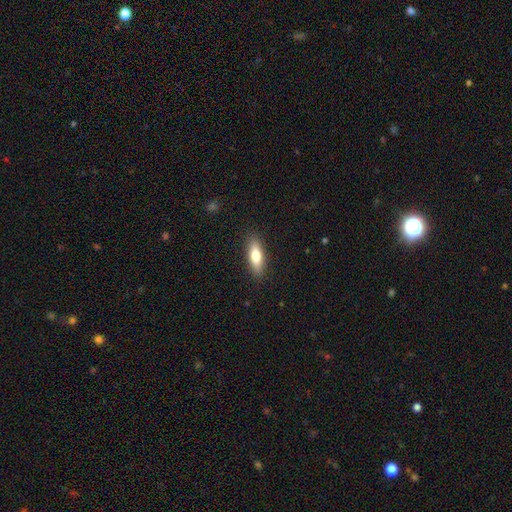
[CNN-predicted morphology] smooth 73%, featured or disk 21%, star or artifact 6%. Down the decision tree: how rounded — in between (57%); merging — none (88%).